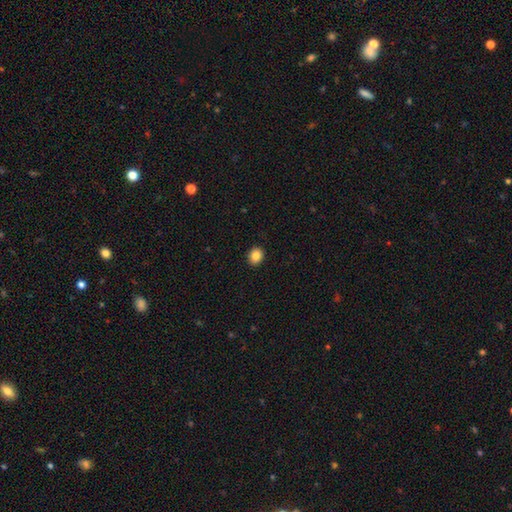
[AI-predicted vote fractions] This is clearly a smooth galaxy (86%). How rounded: possibly round (56%). Merging: clearly none (91%).